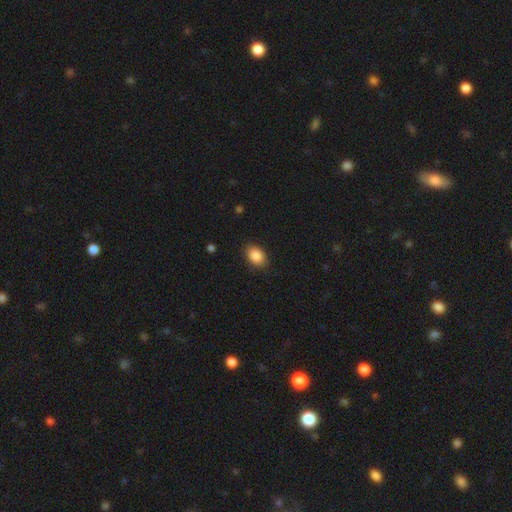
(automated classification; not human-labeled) Smooth or featured? Predicted: smooth (p=0.88). How rounded? Predicted: in between (p=0.78). Merging? Predicted: none (p=0.85).